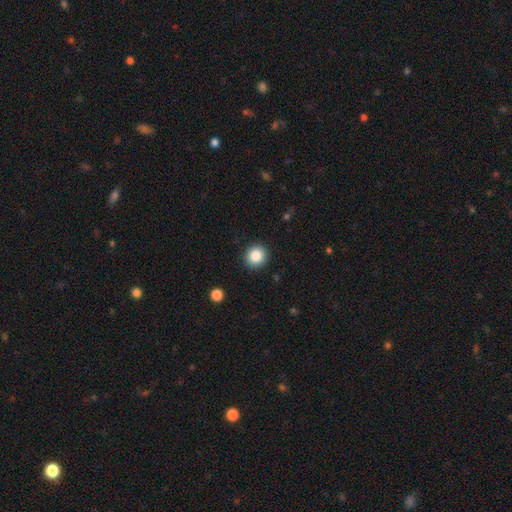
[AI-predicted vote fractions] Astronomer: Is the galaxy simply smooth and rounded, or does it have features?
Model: smooth — 86%.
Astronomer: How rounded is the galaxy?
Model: round — 90%.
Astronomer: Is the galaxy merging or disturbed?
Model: none — 91%.